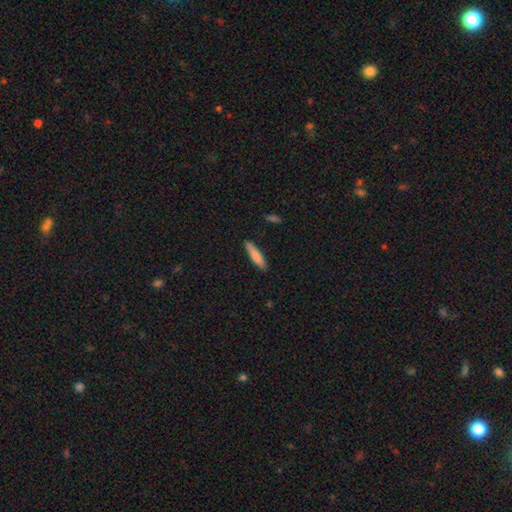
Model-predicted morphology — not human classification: Smooth or featured: smooth — 80% (featured or disk — 14%)
How rounded: cigar-shaped — 83% (in between — 16%)
Merging: none — 89% (minor disturbance — 8%)